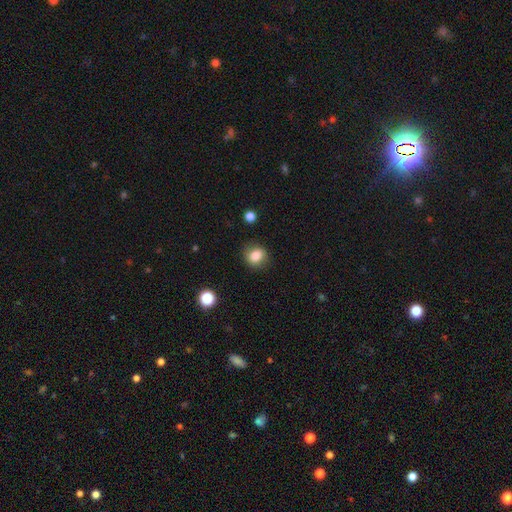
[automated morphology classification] The model was most divided on "how rounded": round: 66%, in between: 33%, cigar-shaped: 1%. More confident: merging — none (84%); smooth or featured — smooth (82%).